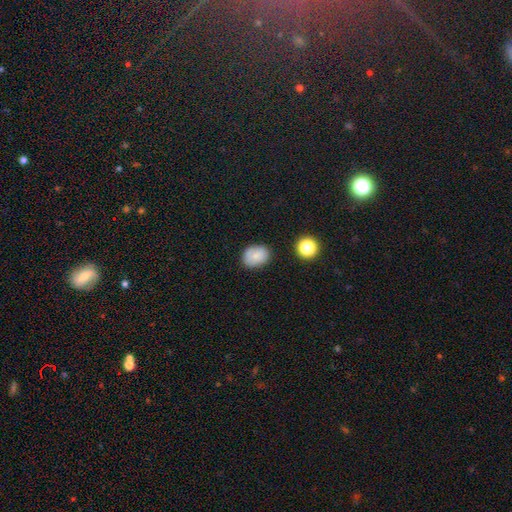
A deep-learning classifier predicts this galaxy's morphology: The model was most divided on "how rounded": in between: 62%, round: 37%, cigar-shaped: 1%. More confident: smooth or featured — smooth (81%); merging — none (79%).